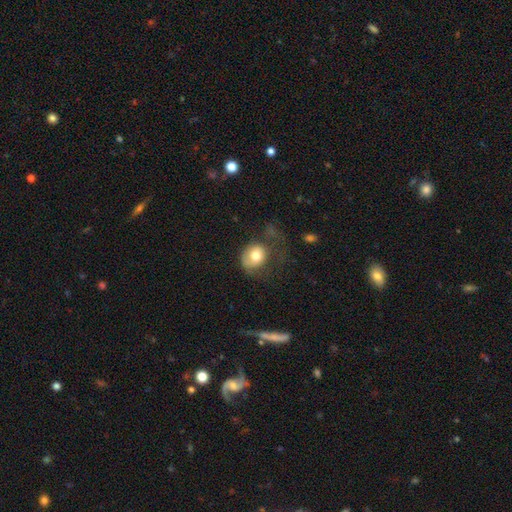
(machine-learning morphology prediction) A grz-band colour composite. It shows a smooth galaxy with no disk features (73%) that is round (62%). Merging: none (36%).